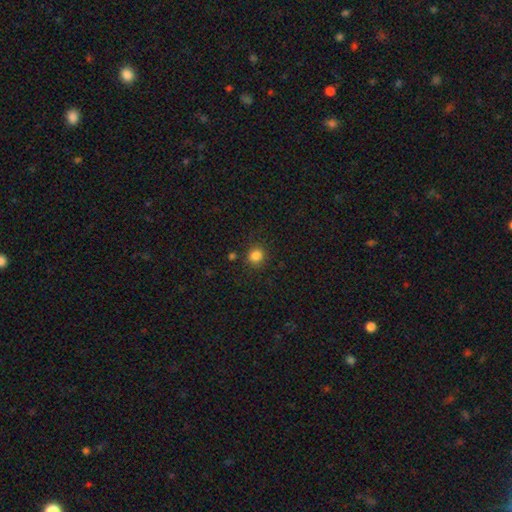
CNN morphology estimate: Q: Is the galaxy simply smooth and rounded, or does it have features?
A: smooth — 84%.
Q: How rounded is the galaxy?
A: round — 85%.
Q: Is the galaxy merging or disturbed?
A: none — 85%.